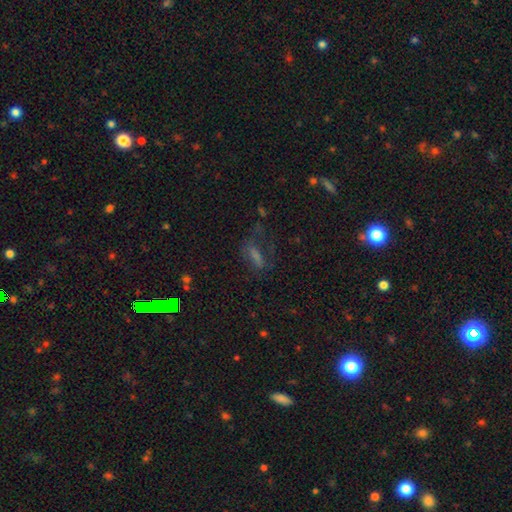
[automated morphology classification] Smooth or featured: smooth — 38% (star or artifact — 35%)
Merging: none — 49% (major disturbance — 27%)